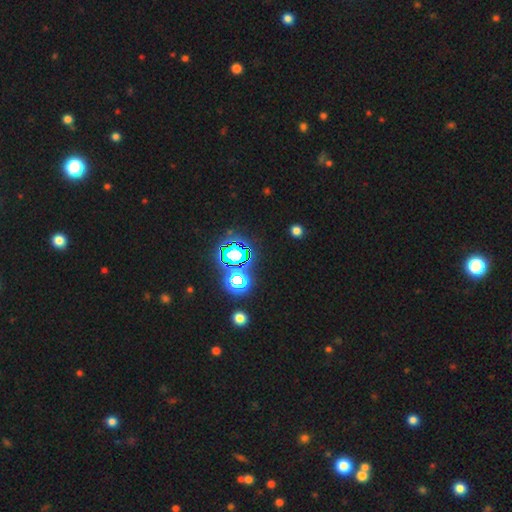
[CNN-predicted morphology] Q: Smooth or featured?
A: star or artifact (74%); runner-up: smooth (18%)